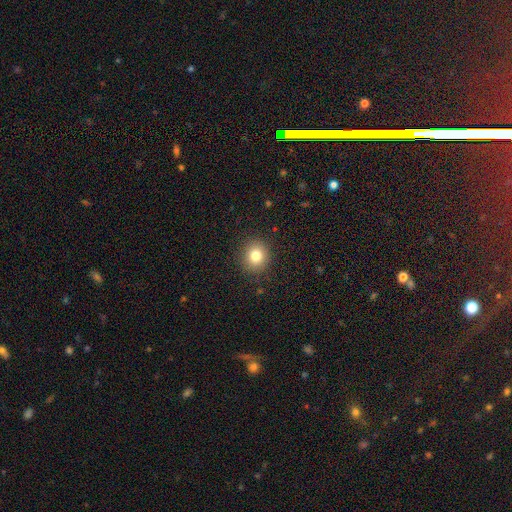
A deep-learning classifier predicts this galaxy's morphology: smooth 80%, star or artifact 12%, featured or disk 8%. Down the decision tree: how rounded — round (82%); merging — none (90%).